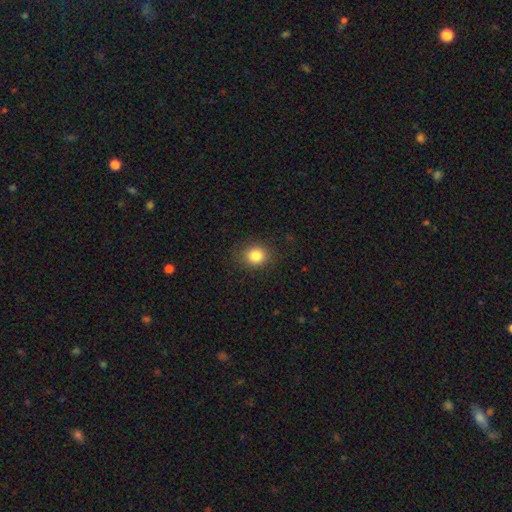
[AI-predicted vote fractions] Smooth or featured?
  - smooth: 83% *
  - star or artifact: 11%
  - featured or disk: 6%
How rounded?
  - round: 73% *
  - in between: 26%
  - cigar-shaped: 1%
Merging?
  - none: 87% *
  - minor disturbance: 9%
  - major disturbance: 3%
  - merger: 1%